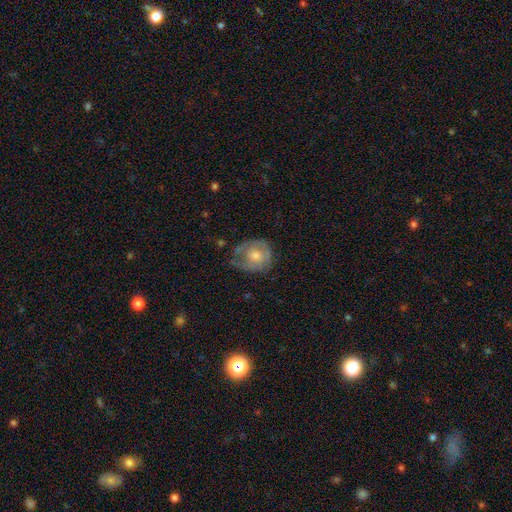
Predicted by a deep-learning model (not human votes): The model was most divided on "smooth or featured": featured or disk: 52%, smooth: 41%, star or artifact: 7%. Remaining: edge-on disk — no (96%); merging — none (48%).